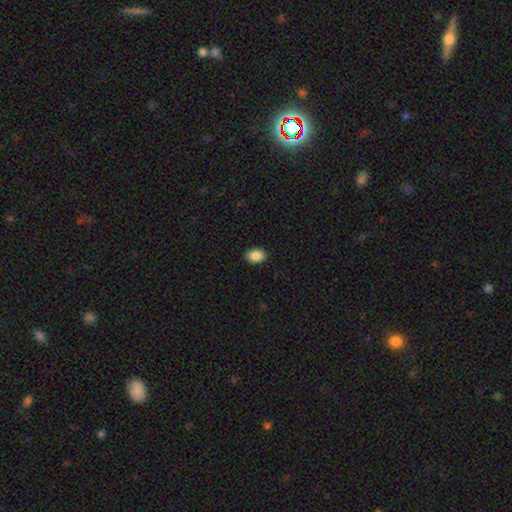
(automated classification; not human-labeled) Overall: smooth (89%). How rounded: in between (82%). Merging: none (90%).